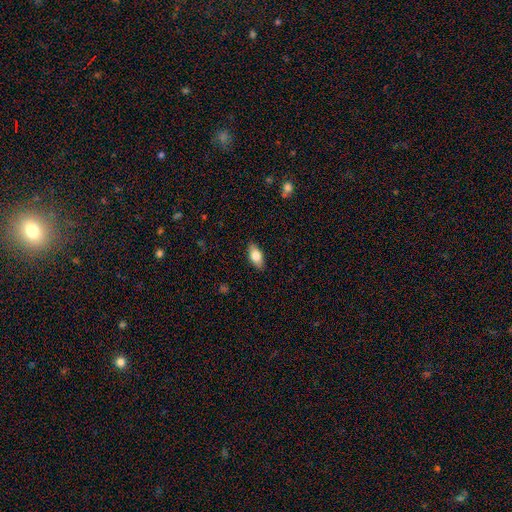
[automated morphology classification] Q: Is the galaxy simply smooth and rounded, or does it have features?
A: smooth — 79%.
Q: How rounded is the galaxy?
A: in between — 87%.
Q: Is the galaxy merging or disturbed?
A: none — 88%.